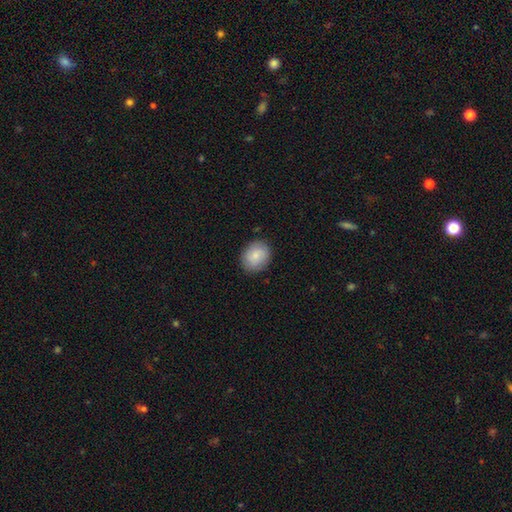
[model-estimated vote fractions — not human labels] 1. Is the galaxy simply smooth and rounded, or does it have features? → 82% smooth, 12% featured or disk, 7% star or artifact.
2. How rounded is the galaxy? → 52% round, 47% in between, 1% cigar-shaped.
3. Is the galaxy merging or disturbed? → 86% none, 11% minor disturbance, 3% major disturbance, 1% merger.